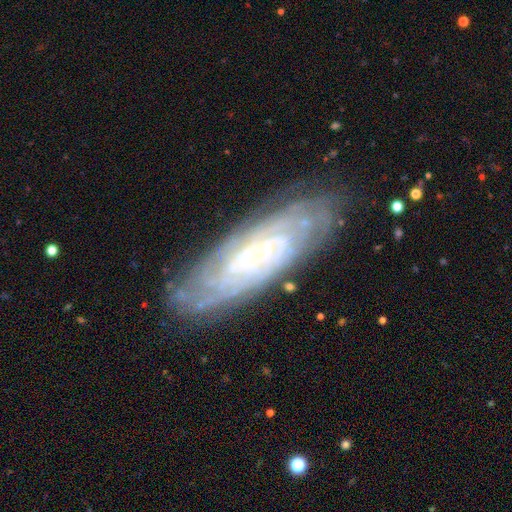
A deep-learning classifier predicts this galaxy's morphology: A featured or disk galaxy (83%) with no bar (46%), tight (78%) spiral arms (95%) and a small central bulge (79%). Merging: none (80%).